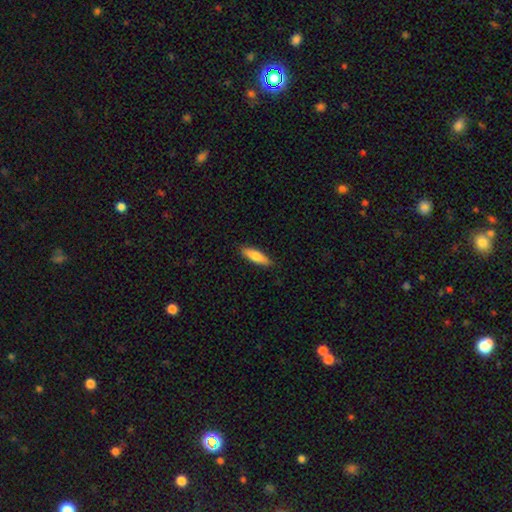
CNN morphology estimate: Smooth or featured: smooth — 77% (featured or disk — 18%)
How rounded: cigar-shaped — 62% (in between — 37%)
Merging: none — 87% (minor disturbance — 10%)